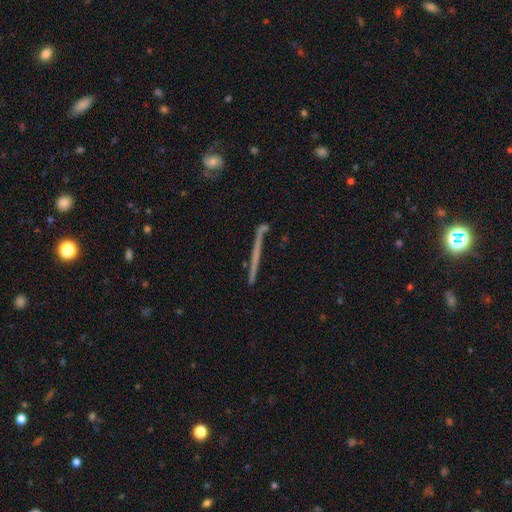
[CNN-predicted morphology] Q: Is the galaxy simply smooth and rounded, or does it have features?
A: featured or disk — 62%.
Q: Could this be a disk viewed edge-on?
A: yes — 96%.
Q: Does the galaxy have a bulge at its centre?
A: none — 84%.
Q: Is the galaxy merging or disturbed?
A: none — 85%.